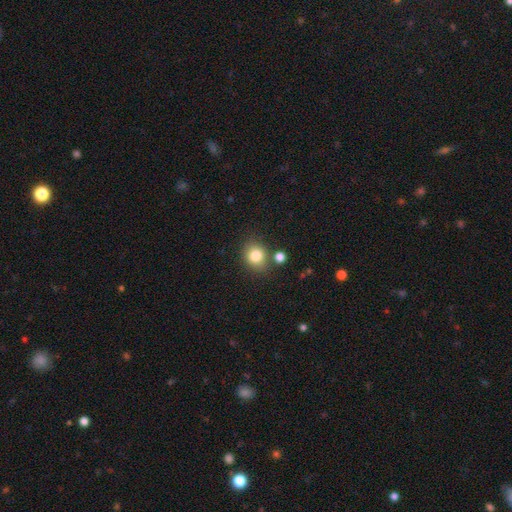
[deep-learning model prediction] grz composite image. It shows a smooth galaxy with no disk features (82%) that is round (70%). Merging: none (73%).